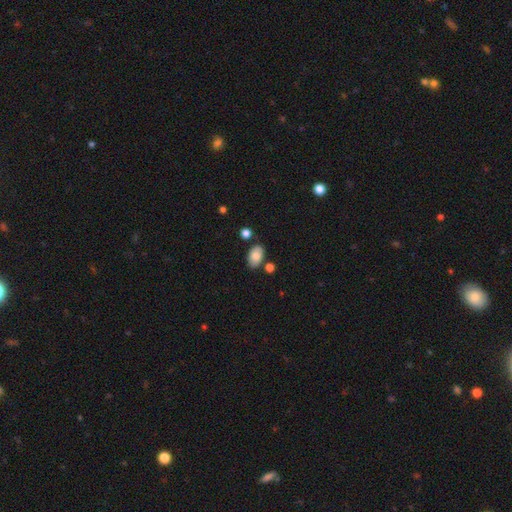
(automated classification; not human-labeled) Overall: smooth (82%). How rounded: in between (92%). Merging: none (77%).